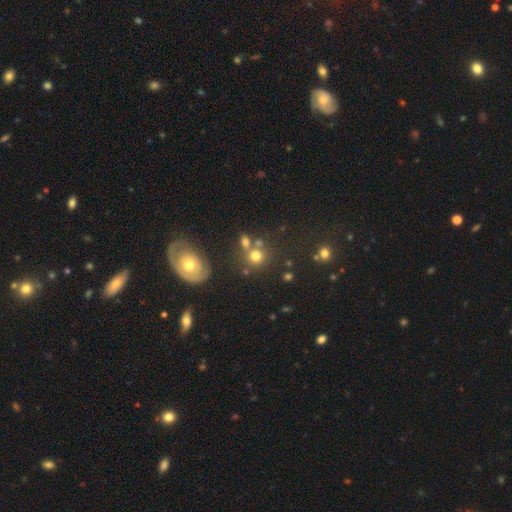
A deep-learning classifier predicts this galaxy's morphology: Smooth or featured? smooth (71%)
How rounded? round (84%)
Merging? none (60%)